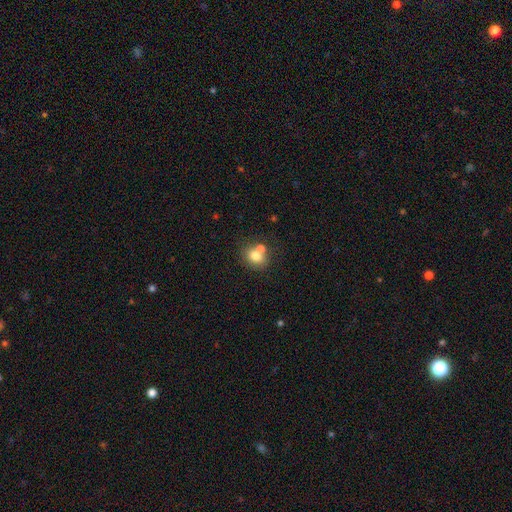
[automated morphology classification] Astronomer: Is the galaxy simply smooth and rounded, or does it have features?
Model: smooth — 76%.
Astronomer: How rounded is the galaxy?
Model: round — 57% (runner-up: in between, 42%).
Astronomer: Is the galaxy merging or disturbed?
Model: none — 52% (runner-up: merger, 33%).